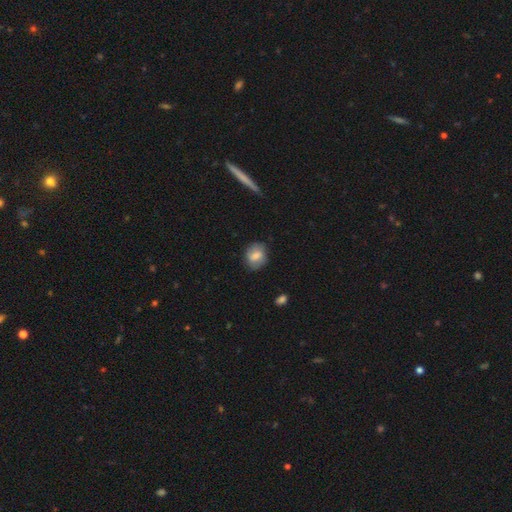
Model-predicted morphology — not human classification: Smooth or featured?
  - smooth: 69% *
  - featured or disk: 23%
  - star or artifact: 8%
How rounded?
  - round: 57% *
  - in between: 41%
  - cigar-shaped: 1%
Merging?
  - none: 79% *
  - minor disturbance: 16%
  - major disturbance: 4%
  - merger: 1%